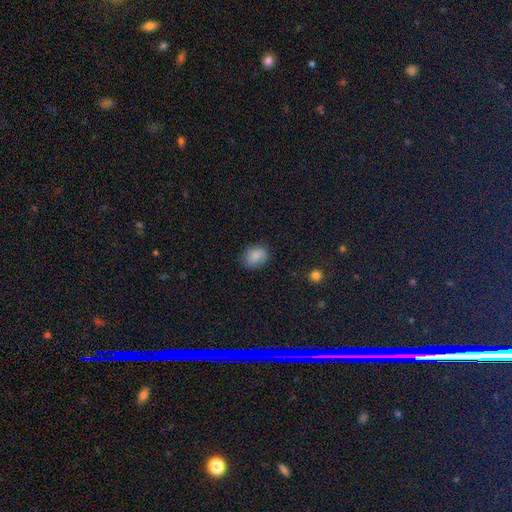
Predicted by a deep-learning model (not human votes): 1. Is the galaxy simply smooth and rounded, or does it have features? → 81% smooth, 10% featured or disk, 9% star or artifact.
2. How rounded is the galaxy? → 58% round, 41% in between, 1% cigar-shaped.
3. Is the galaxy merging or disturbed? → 77% none, 17% minor disturbance, 4% major disturbance, 1% merger.